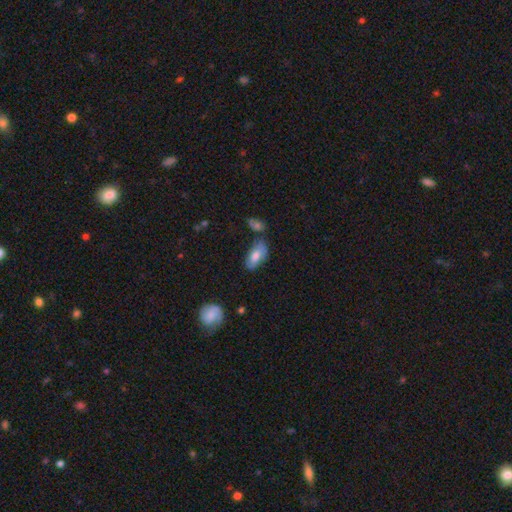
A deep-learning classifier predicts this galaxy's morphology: Overall: smooth (69%). How rounded: in between (91%). Merging: none (60%; minor disturbance 24%).